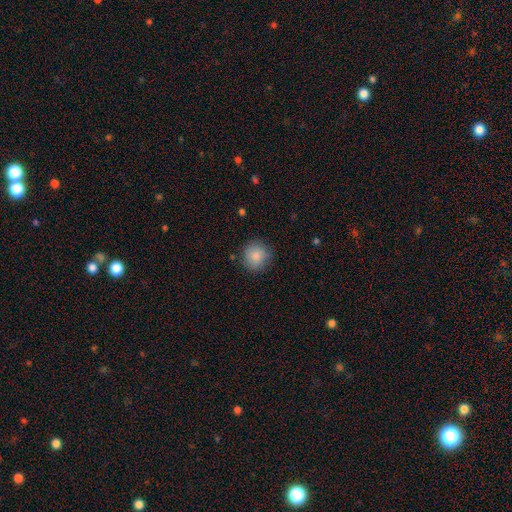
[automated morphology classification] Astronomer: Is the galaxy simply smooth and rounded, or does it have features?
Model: smooth — 86%.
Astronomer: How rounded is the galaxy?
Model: round — 91%.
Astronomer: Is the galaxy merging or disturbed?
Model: none — 84%.